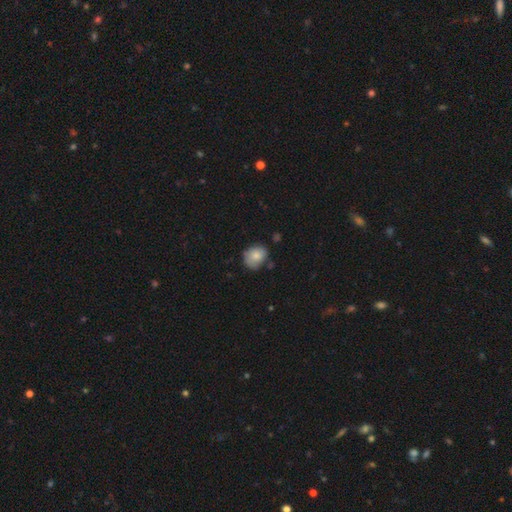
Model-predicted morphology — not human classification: type=smooth (76%); roundness=round (56%); merging=none (62%).